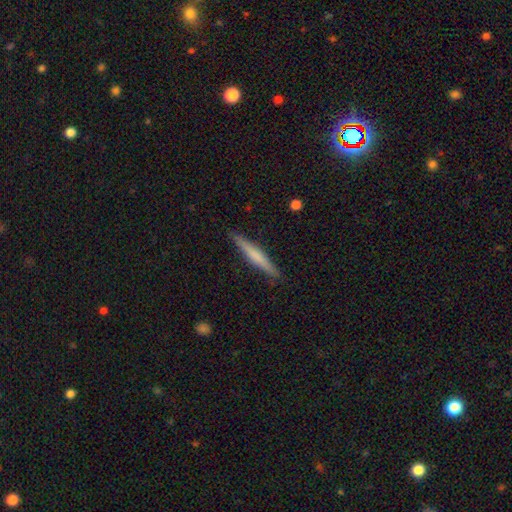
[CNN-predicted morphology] Smooth or featured? smooth (55%)
How rounded? cigar-shaped (95%)
Merging? none (90%)